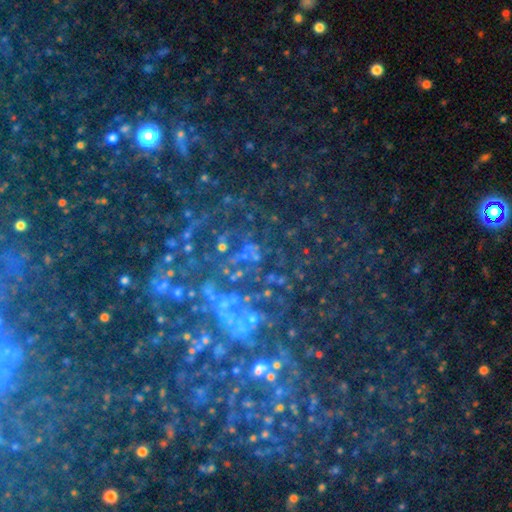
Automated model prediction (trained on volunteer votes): Morphology: type=star or artifact (43%).